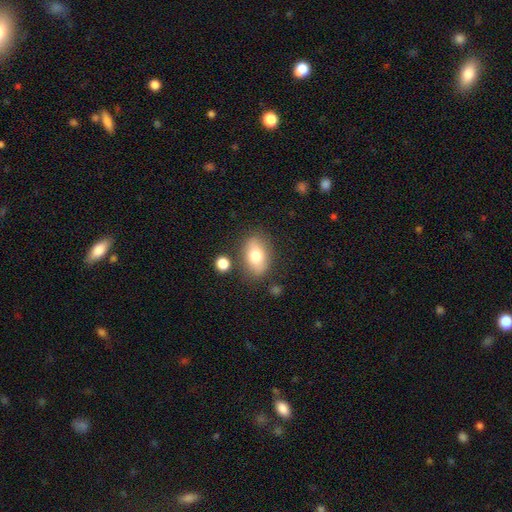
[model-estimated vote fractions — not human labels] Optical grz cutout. It shows a smooth galaxy with no disk features (73%) that is in between round and cigar-shaped (87%). Merging: none (78%).